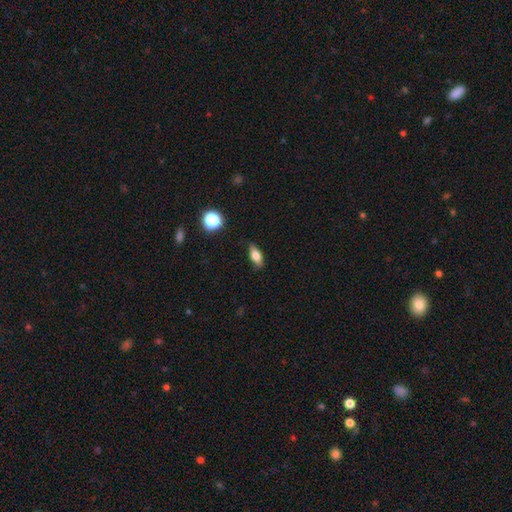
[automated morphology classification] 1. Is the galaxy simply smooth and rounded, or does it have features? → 69% smooth, 21% featured or disk, 9% star or artifact.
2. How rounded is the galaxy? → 73% in between, 21% cigar-shaped, 6% round.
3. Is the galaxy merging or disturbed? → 83% none, 13% minor disturbance, 3% major disturbance, 1% merger.